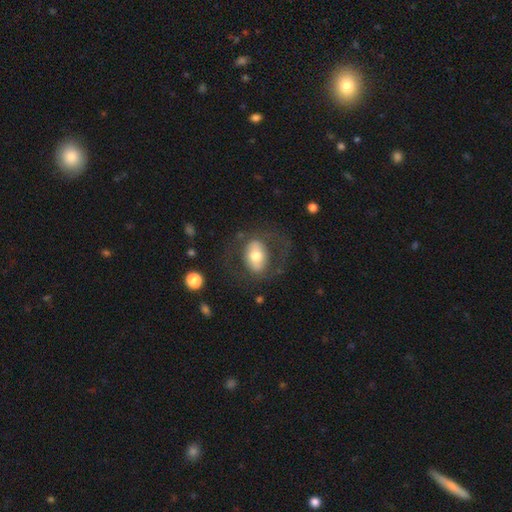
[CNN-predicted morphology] type=smooth (48%); merging=none (64%).